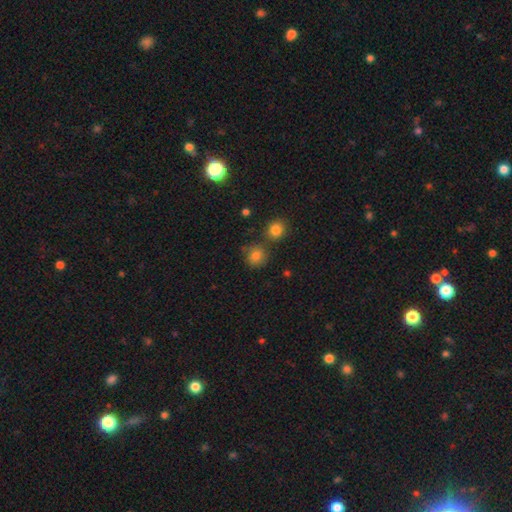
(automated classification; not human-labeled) This appears to be a smooth galaxy with no disk features (80%) that is round (86%). Merging: none (69%).